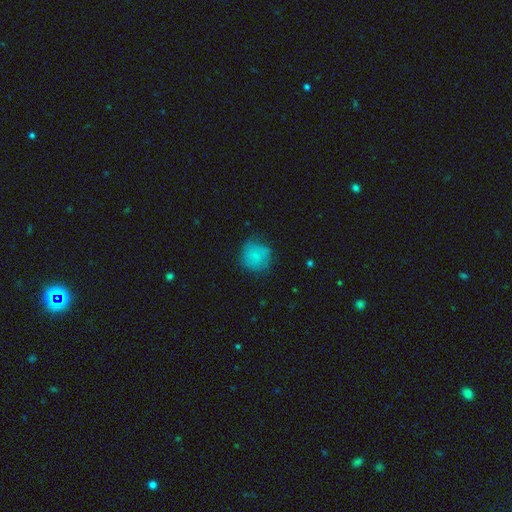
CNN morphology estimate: Smooth or featured?
  - smooth: 76% *
  - featured or disk: 14%
  - star or artifact: 10%
How rounded?
  - round: 85% *
  - in between: 14%
  - cigar-shaped: 1%
Merging?
  - none: 67% *
  - minor disturbance: 24%
  - major disturbance: 7%
  - merger: 2%